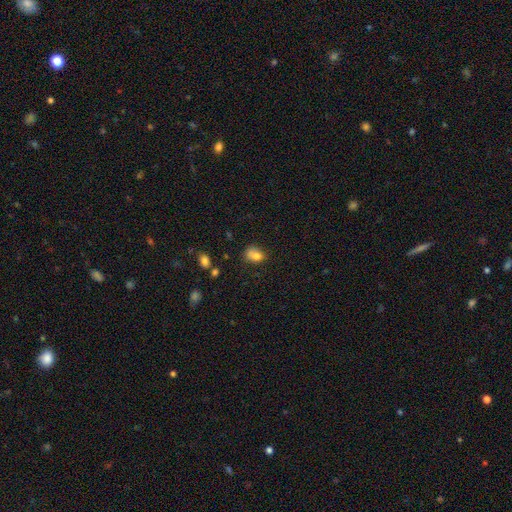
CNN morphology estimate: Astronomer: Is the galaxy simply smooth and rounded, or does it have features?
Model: smooth — 77%.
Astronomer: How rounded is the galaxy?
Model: in between — 65%.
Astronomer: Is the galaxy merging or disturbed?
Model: none — 47% (runner-up: minor disturbance, 28%).